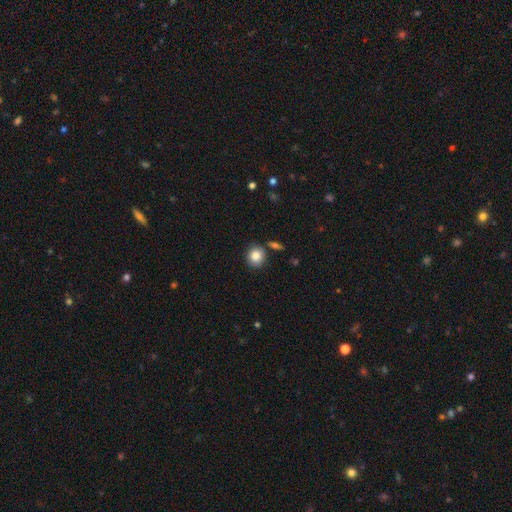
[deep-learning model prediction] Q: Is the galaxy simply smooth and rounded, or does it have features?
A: smooth — 85%.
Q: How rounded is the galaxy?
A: round — 83%.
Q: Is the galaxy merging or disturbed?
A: none — 80%.